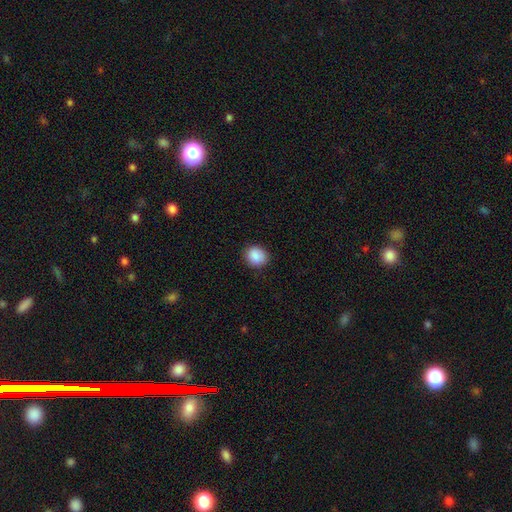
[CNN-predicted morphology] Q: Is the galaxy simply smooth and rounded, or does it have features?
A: smooth — 89%.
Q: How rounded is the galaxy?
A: round — 74%.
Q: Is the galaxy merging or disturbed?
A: none — 86%.